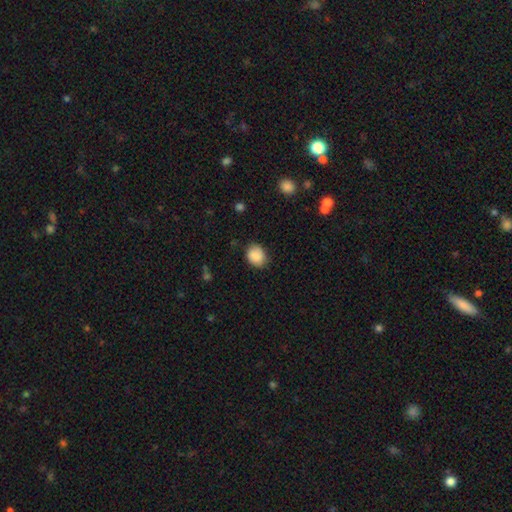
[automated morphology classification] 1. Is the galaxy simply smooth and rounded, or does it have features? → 87% smooth, 7% star or artifact, 5% featured or disk.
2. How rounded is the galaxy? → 56% round, 44% in between, 1% cigar-shaped.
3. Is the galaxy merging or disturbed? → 80% none, 15% minor disturbance, 3% major disturbance, 1% merger.